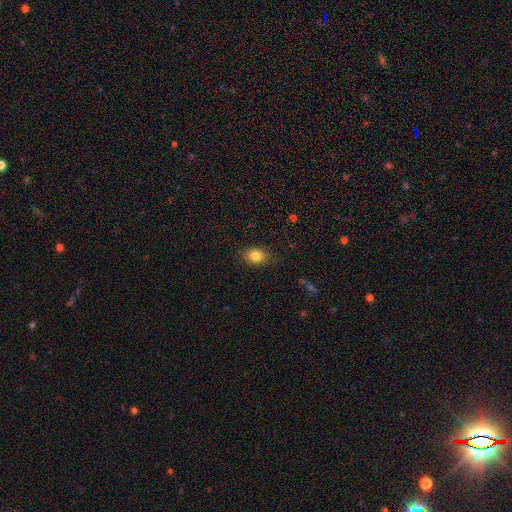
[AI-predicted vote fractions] This appears to be a smooth galaxy with no disk features (84%) that is in between round and cigar-shaped (66%). Merging: none (83%).